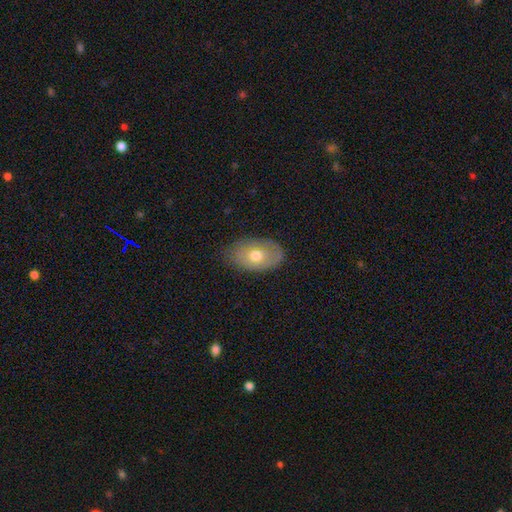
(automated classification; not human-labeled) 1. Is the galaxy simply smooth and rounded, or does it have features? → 57% smooth, 36% featured or disk, 7% star or artifact.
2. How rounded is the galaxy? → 89% in between, 10% round, 1% cigar-shaped.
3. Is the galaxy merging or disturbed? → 74% none, 21% minor disturbance, 4% major disturbance, 1% merger.